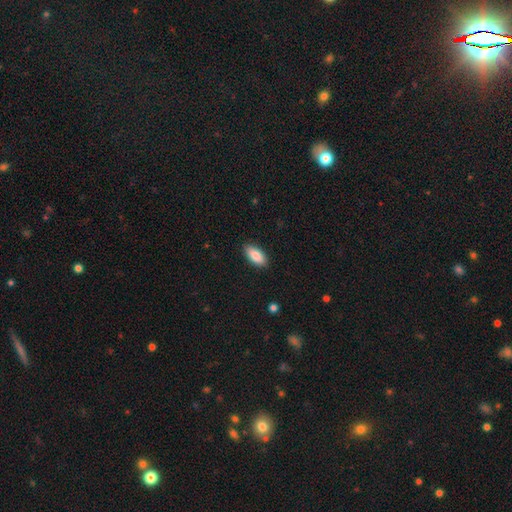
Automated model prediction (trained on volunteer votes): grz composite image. It shows a smooth galaxy with no disk features (87%) that is in between round and cigar-shaped (90%). Merging: none (88%).